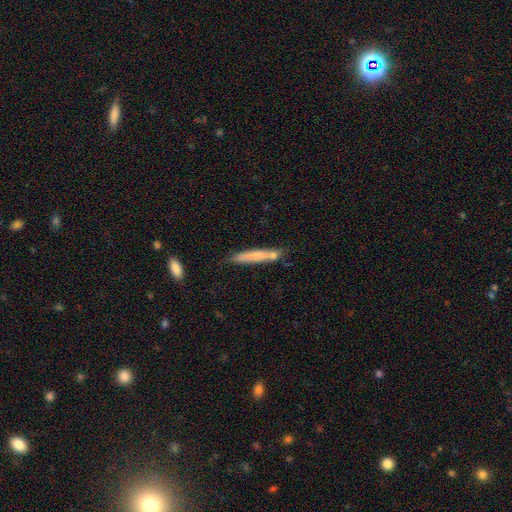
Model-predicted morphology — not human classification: Q: Smooth or featured?
A: smooth (64%); runner-up: featured or disk (30%)
Q: How rounded?
A: cigar-shaped (94%); runner-up: in between (5%)
Q: Merging?
A: none (67%); runner-up: minor disturbance (17%)